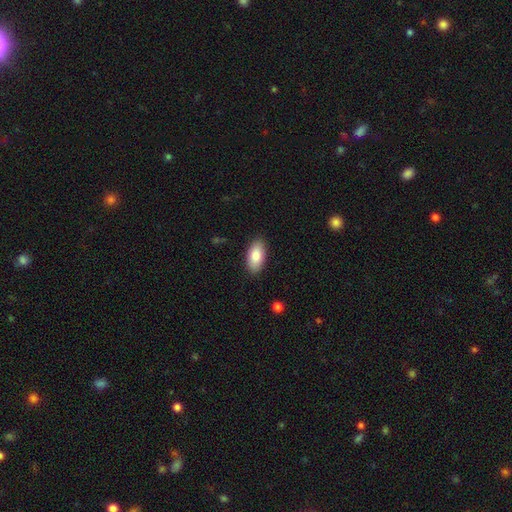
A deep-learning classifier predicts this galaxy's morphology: This appears to be a smooth galaxy with no disk features (83%) that is in between round and cigar-shaped (94%). Merging: none (88%).